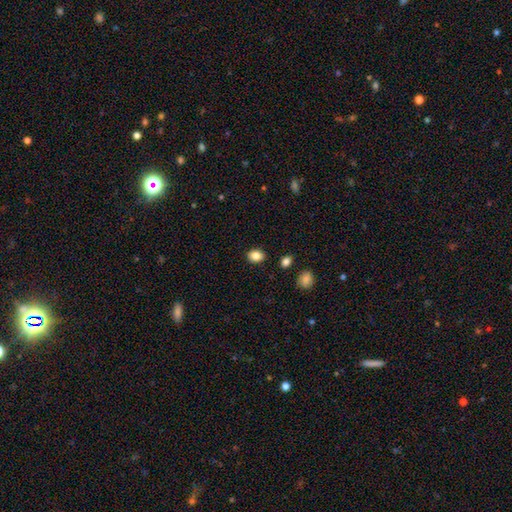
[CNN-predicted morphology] The model was most divided on "how rounded": in between: 55%, round: 44%, cigar-shaped: 1%. More confident: merging — none (88%); smooth or featured — smooth (84%).